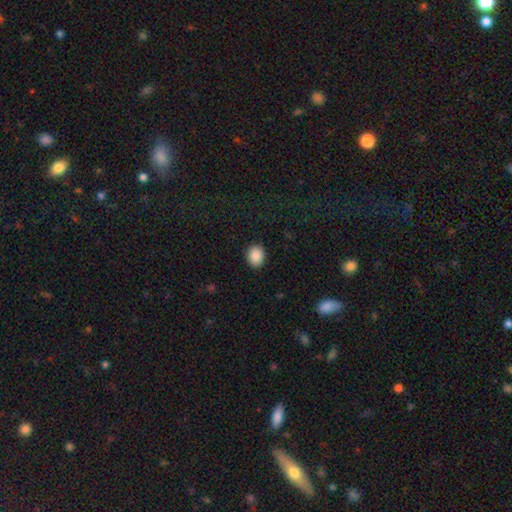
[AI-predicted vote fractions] smooth 89%, star or artifact 8%, featured or disk 3%. Down the decision tree: how rounded — round (52%); merging — none (90%).